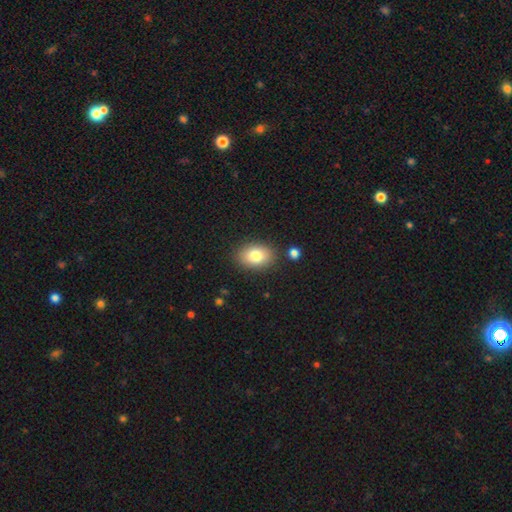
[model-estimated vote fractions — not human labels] Q: Smooth or featured?
A: smooth (82%); runner-up: featured or disk (10%)
Q: How rounded?
A: in between (80%); runner-up: round (19%)
Q: Merging?
A: none (85%); runner-up: minor disturbance (9%)